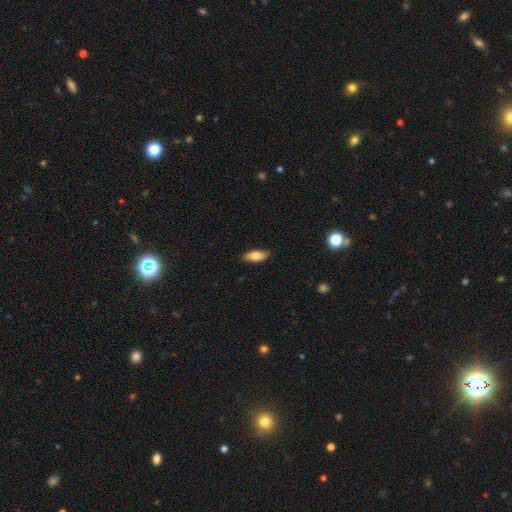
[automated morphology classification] The model was most divided on "how rounded": in between: 76%, cigar-shaped: 22%, round: 3%. More confident: merging — none (85%); smooth or featured — smooth (75%).